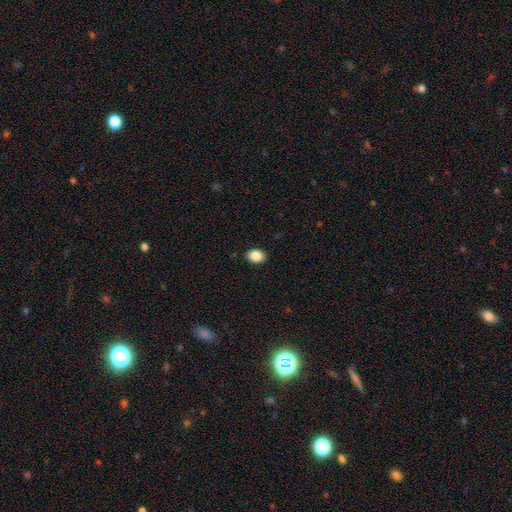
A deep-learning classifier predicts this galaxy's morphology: This is clearly a smooth galaxy (88%). How rounded: likely in between (75%). Merging: clearly none (89%).